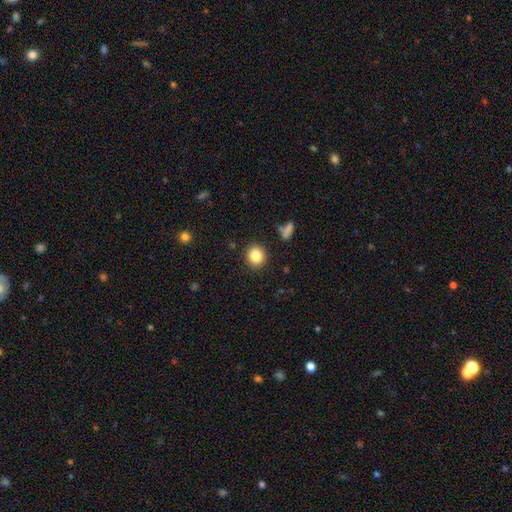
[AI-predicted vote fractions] A smooth galaxy with no disk features (84%) that is round (83%).

Vote fractions:
- Smooth or featured? smooth: 84% / star or artifact: 10% / featured or disk: 6%
- How rounded? round: 83% / in between: 16% / cigar-shaped: 1%
- Merging? none: 89% / minor disturbance: 7% / major disturbance: 2% / merger: 2%